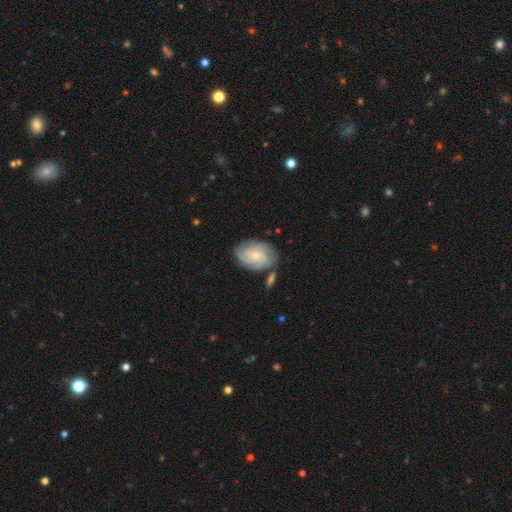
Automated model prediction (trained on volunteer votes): The model was most divided on "spiral arm count": can't tell: 32%, 3: 25%, 4: 21%, 2: 13%, more than 4: 5%, 1: 4%. More confident: edge-on disk — no (97%); spiral arms — yes (91%); merging — none (69%); bar — no (69%); bulge size — small (65%); smooth or featured — featured or disk (64%); spiral winding — tight (54%).